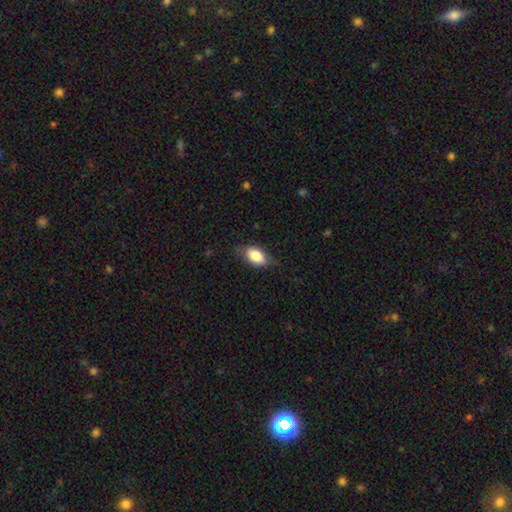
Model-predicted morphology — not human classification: Smooth or featured? smooth (80%)
How rounded? in between (89%)
Merging? none (71%)